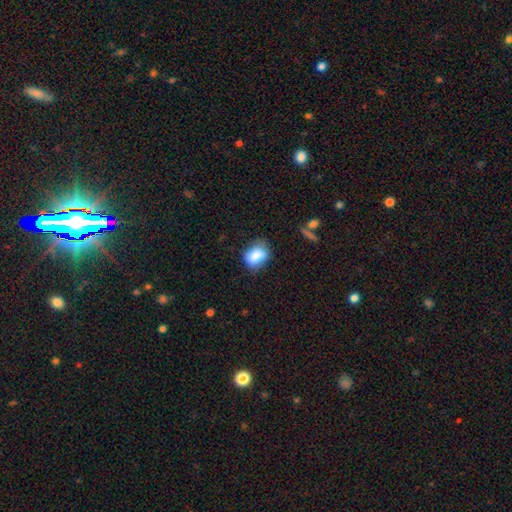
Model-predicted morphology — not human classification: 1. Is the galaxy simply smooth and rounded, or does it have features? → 82% smooth, 9% featured or disk, 8% star or artifact.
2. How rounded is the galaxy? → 72% in between, 26% round, 2% cigar-shaped.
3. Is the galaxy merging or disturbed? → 55% none, 31% minor disturbance, 10% major disturbance, 4% merger.